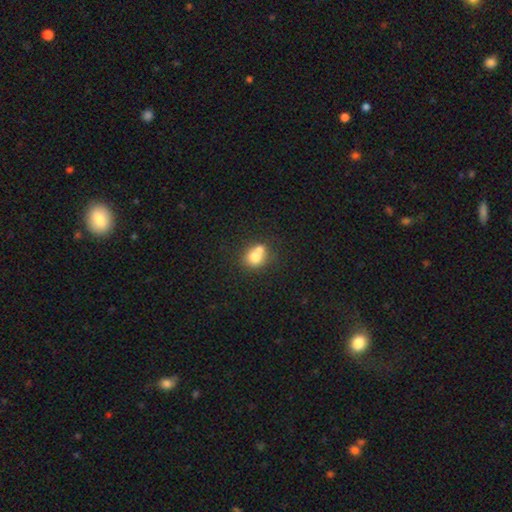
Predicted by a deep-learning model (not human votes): A smooth galaxy with no disk features (72%) that is round (67%). Merging: merger (54%).